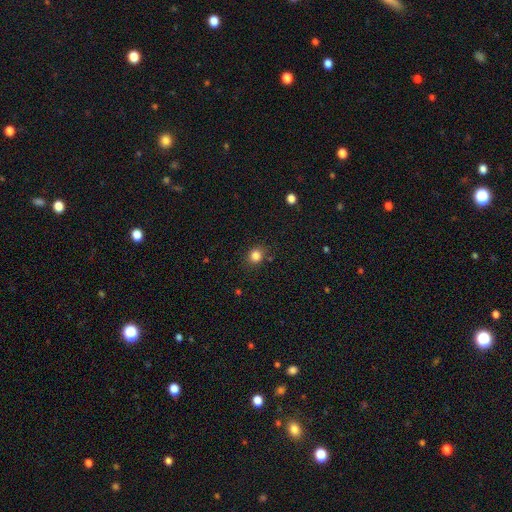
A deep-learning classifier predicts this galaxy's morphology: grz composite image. It shows a smooth galaxy with no disk features (83%) that is round (75%). Merging: none (83%).